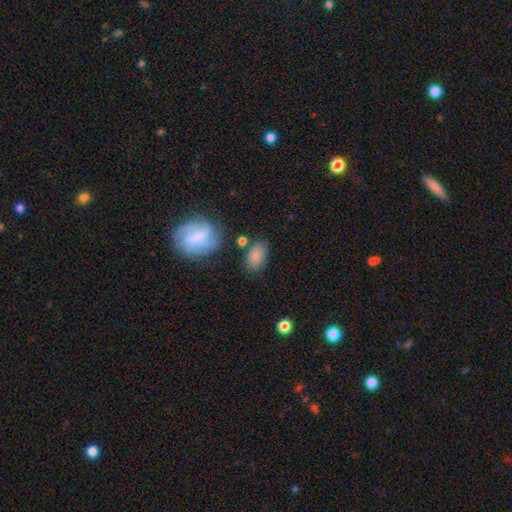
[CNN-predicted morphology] Overall: smooth (81%). How rounded: in between (88%). Merging: none (71%).